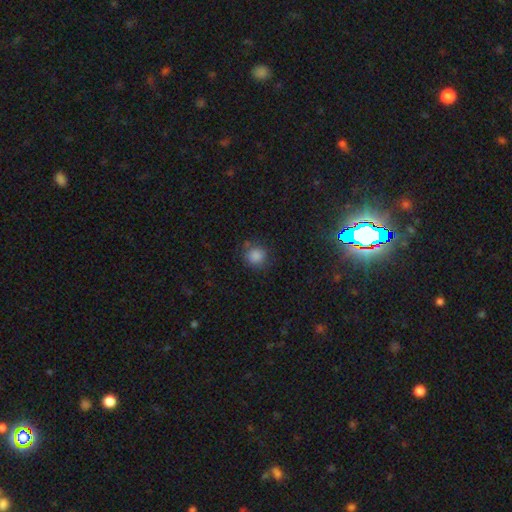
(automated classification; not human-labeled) Smooth or featured? Predicted: smooth (p=0.85). How rounded? Predicted: round (p=0.89). Merging? Predicted: none (p=0.79).